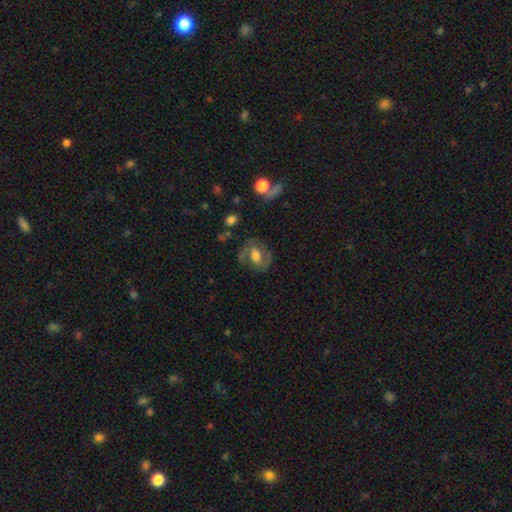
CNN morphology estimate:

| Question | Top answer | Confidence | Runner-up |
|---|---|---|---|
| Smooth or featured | featured or disk | 67% | smooth (26%) |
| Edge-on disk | no | 96% | yes (4%) |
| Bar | weak | 41% | no (40%) |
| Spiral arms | yes | 77% | no (23%) |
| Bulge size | moderate | 57% | large (25%) |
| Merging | none | 70% | minor disturbance (17%) |